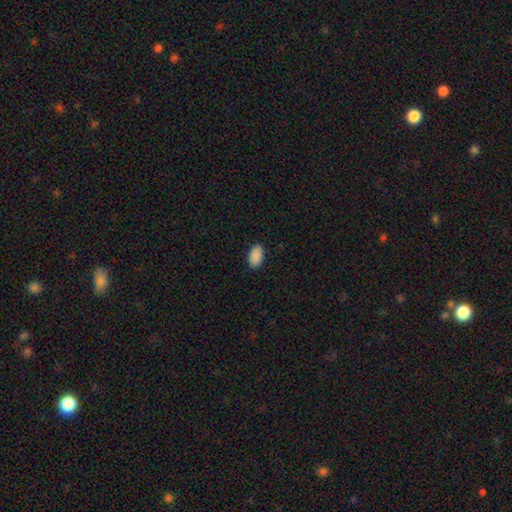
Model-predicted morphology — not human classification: A smooth galaxy with no disk features (90%) that is in between round and cigar-shaped (94%). Merging: none (88%).